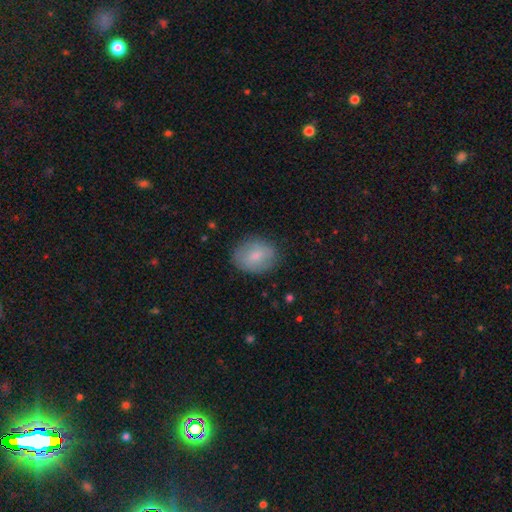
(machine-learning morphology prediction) Smooth or featured: smooth — 74% (featured or disk — 19%)
How rounded: in between — 60% (round — 38%)
Merging: none — 82% (minor disturbance — 14%)